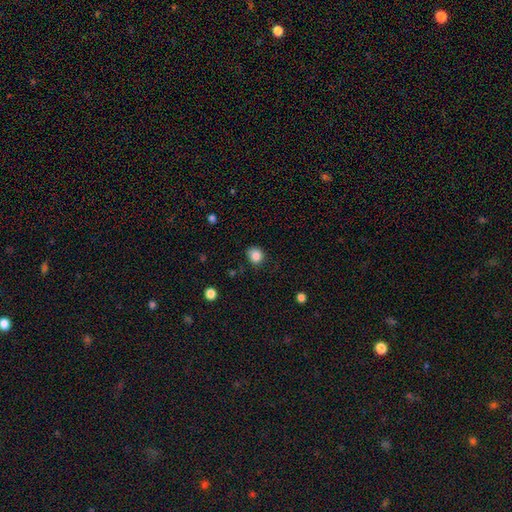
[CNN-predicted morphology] A smooth galaxy with no disk features (85%) that is round (79%).

Vote fractions:
- Smooth or featured? smooth: 85% / star or artifact: 11% / featured or disk: 4%
- How rounded? round: 79% / in between: 20% / cigar-shaped: 1%
- Merging? none: 77% / minor disturbance: 17% / major disturbance: 4% / merger: 2%